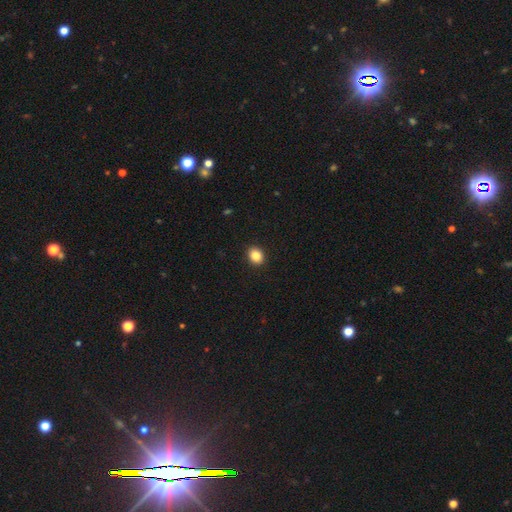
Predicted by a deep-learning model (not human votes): A smooth galaxy with no disk features (86%) that is round (53%).

Vote fractions:
- Smooth or featured? smooth: 86% / star or artifact: 9% / featured or disk: 5%
- How rounded? round: 53% / in between: 46% / cigar-shaped: 1%
- Merging? none: 92% / minor disturbance: 6% / major disturbance: 2% / merger: 1%